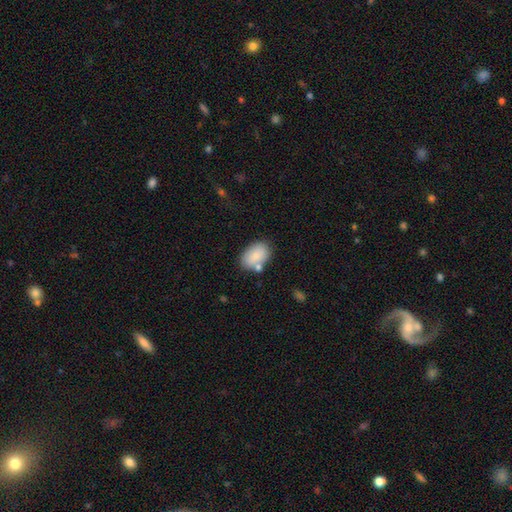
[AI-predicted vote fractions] Smooth or featured: smooth — 83% (featured or disk — 10%)
How rounded: in between — 89% (round — 10%)
Merging: none — 69% (minor disturbance — 15%)